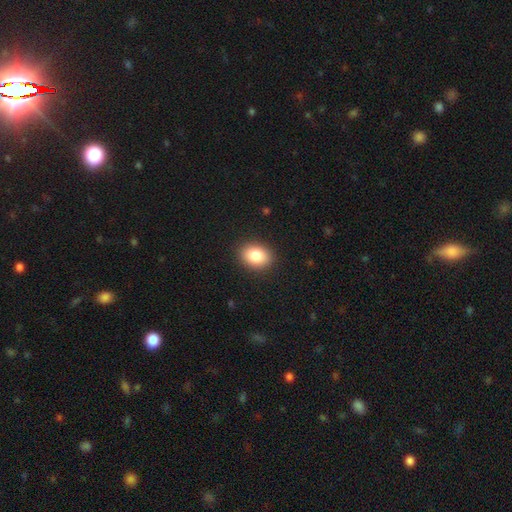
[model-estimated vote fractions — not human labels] smooth_or_featured: smooth (p=0.85) [alt: star or artifact p=0.08]
how_rounded: in between (p=0.67) [alt: round p=0.32]
merging: none (p=0.90) [alt: minor disturbance p=0.07]